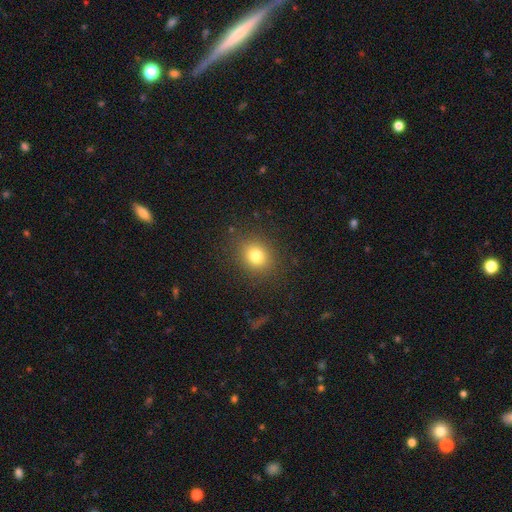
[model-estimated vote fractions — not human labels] Overall: smooth (78%). How rounded: round (71%). Merging: none (87%).